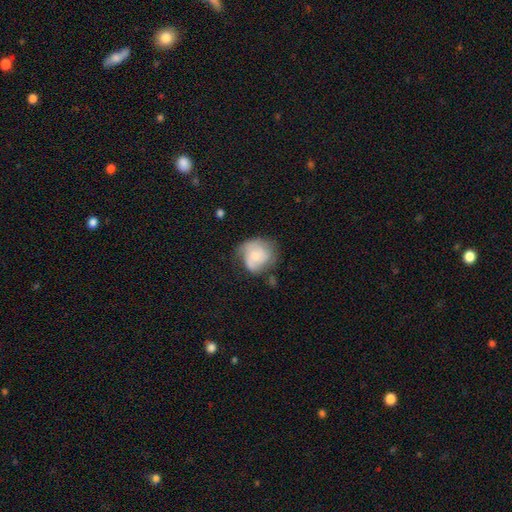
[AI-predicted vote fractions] Smooth or featured?
  - smooth: 47% *
  - featured or disk: 45%
  - star or artifact: 7%
Merging?
  - none: 46% *
  - minor disturbance: 31%
  - major disturbance: 18%
  - merger: 4%